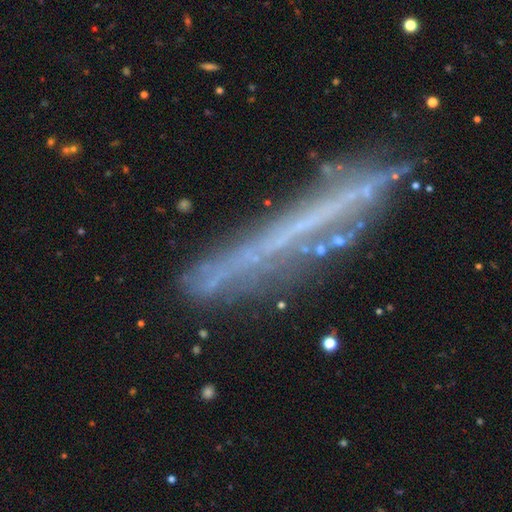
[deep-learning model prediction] This is likely a featured or disk galaxy (62%). It is clearly viewed edge-on (83%). Edge-on bulge: clearly none (87%). Merging: likely none (70%).